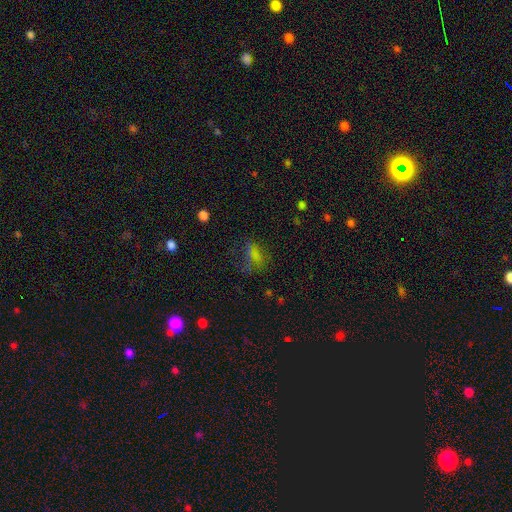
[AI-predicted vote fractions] smooth 59%, star or artifact 25%, featured or disk 16%. Down the decision tree: how rounded — in between (72%); merging — none (50%).